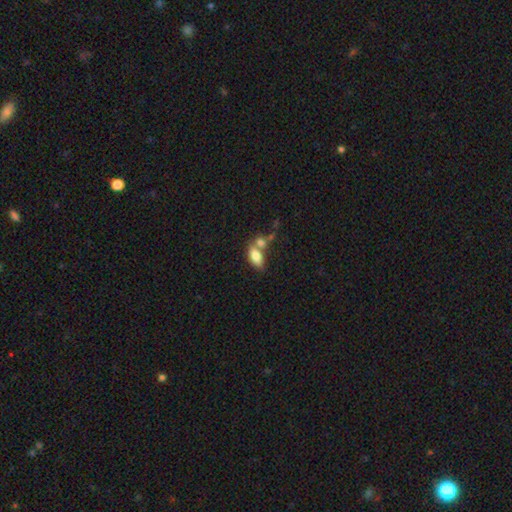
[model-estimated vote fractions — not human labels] Q: Smooth or featured?
A: smooth (80%); runner-up: featured or disk (13%)
Q: How rounded?
A: in between (89%); runner-up: cigar-shaped (6%)
Q: Merging?
A: merger (45%); runner-up: none (37%)